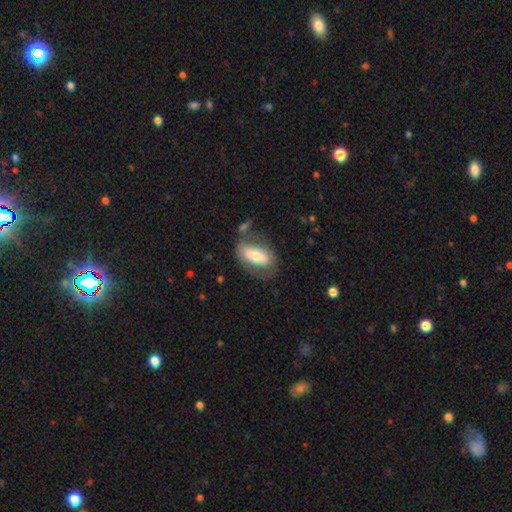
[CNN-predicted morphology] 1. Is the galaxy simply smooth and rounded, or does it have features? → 59% smooth, 35% featured or disk, 6% star or artifact.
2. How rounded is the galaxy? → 88% in between, 8% cigar-shaped, 5% round.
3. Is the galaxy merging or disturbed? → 61% none, 20% minor disturbance, 13% major disturbance, 6% merger.